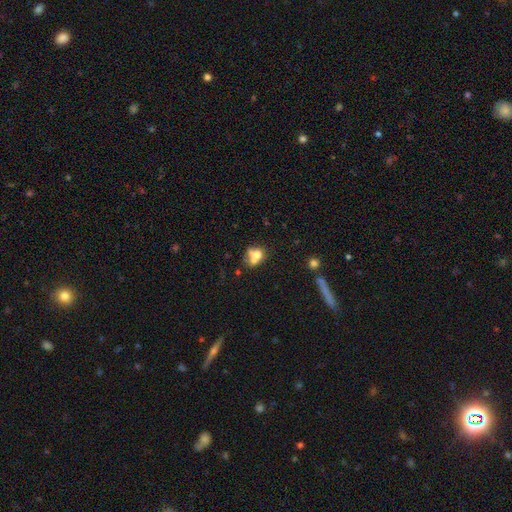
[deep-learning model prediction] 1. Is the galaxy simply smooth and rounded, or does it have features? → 64% smooth, 23% featured or disk, 13% star or artifact.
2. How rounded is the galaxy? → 53% in between, 45% round, 2% cigar-shaped.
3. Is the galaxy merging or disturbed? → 45% merger, 28% none, 14% minor disturbance, 13% major disturbance.